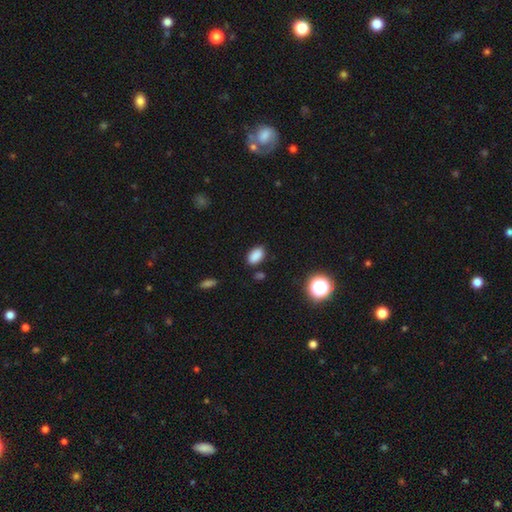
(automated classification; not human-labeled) A smooth galaxy with no disk features (85%) that is in between round and cigar-shaped (90%). Merging: none (83%).